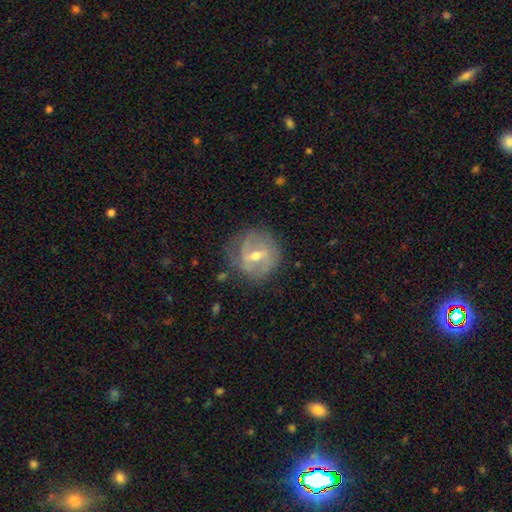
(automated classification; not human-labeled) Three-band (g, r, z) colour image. It shows a featured or disk galaxy (72%) with a weak bar (47%), 2 (65%) medium (40%) spiral arms (73%) and a moderate central bulge (63%). Merging: none (72%).